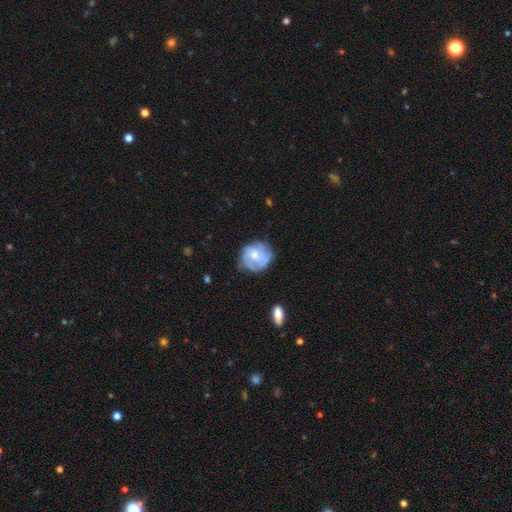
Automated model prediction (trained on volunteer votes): Smooth or featured: featured or disk — 71% (smooth — 23%)
Edge-on disk: no — 98% (yes — 2%)
Bar: no — 67% (weak — 29%)
Spiral arms: yes — 87% (no — 13%)
Spiral winding: tight — 55% (medium — 34%)
Spiral arm count: 2 — 32% (can't tell — 30%)
Bulge size: moderate — 58% (small — 31%)
Merging: none — 65% (minor disturbance — 24%)